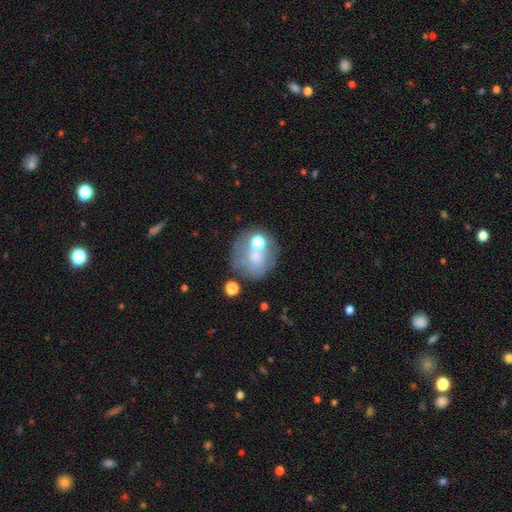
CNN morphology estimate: smooth-or-featured: smooth: 55% | featured or disk: 31% | star or artifact: 14%
  how-rounded: round: 77% | in between: 22% | cigar-shaped: 1%
  merging: none: 49% | minor disturbance: 18% | merger: 17% | major disturbance: 16%